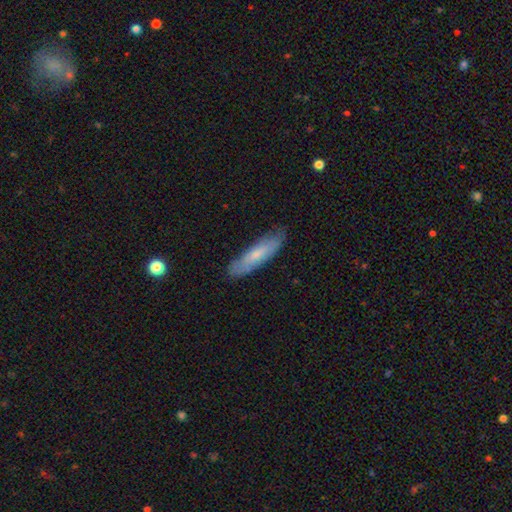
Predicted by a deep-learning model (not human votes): Q: Smooth or featured?
A: smooth (62%); runner-up: featured or disk (33%)
Q: How rounded?
A: cigar-shaped (73%); runner-up: in between (25%)
Q: Merging?
A: none (81%); runner-up: minor disturbance (15%)